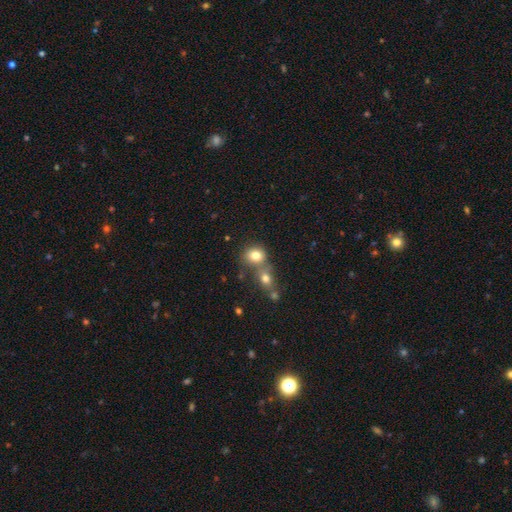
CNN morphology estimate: The model was most divided on "merging": none: 45%, merger: 41%, minor disturbance: 10%, major disturbance: 4%. More confident: smooth or featured — smooth (79%); how rounded — round (63%).